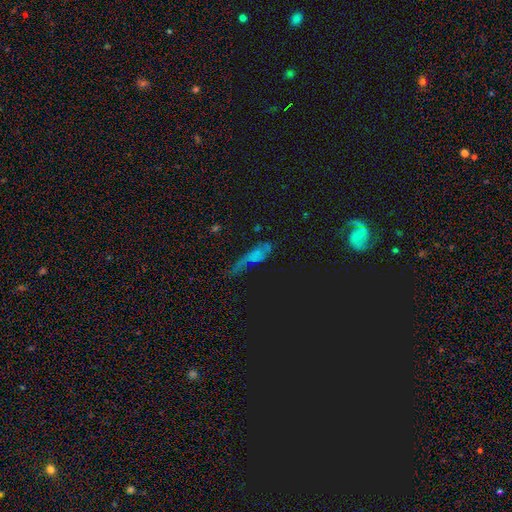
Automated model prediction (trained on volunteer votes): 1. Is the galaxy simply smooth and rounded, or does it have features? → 43% smooth, 30% star or artifact, 28% featured or disk.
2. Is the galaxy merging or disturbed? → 35% none, 30% major disturbance, 23% minor disturbance, 12% merger.